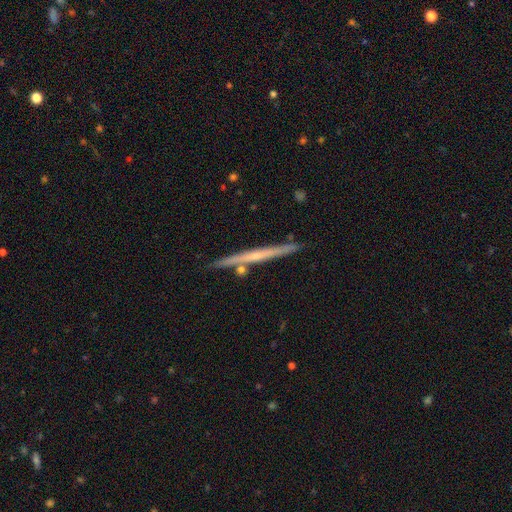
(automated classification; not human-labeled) A featured or disk galaxy (61%) viewed edge-on (97%) with no central bulge (71%).

Vote fractions:
- Smooth or featured? featured or disk: 61% / smooth: 33% / star or artifact: 6%
- Edge-on disk? yes: 97% / no: 3%
- Edge-on bulge? none: 71% / rounded: 25% / boxy: 5%
- Merging? none: 85% / minor disturbance: 9% / merger: 5% / major disturbance: 2%